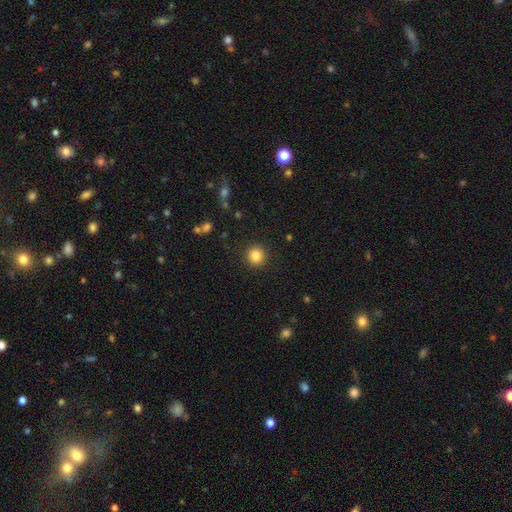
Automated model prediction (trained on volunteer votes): A smooth galaxy with no disk features (85%) that is round (93%).

Vote fractions:
- Smooth or featured? smooth: 85% / star or artifact: 11% / featured or disk: 5%
- How rounded? round: 93% / in between: 6% / cigar-shaped: 1%
- Merging? none: 91% / minor disturbance: 5% / major disturbance: 2% / merger: 1%